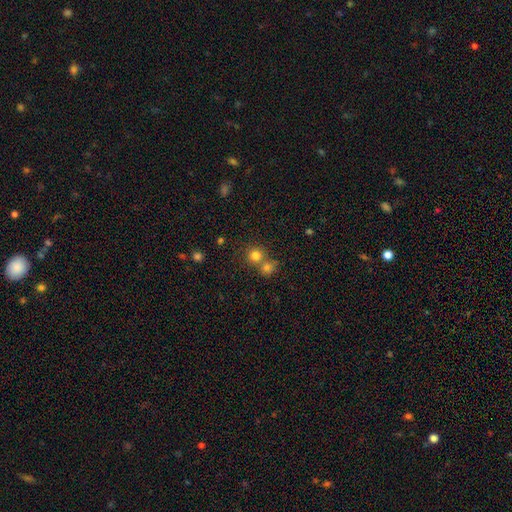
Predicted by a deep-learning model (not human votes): smooth 79%, star or artifact 14%, featured or disk 7%. Down the decision tree: how rounded — round (90%); merging — none (56%).